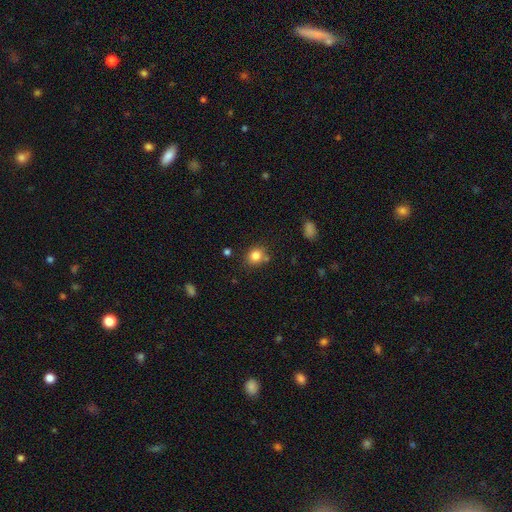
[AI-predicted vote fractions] This is clearly a smooth galaxy (82%). How rounded: likely round (76%). Merging: likely none (76%).